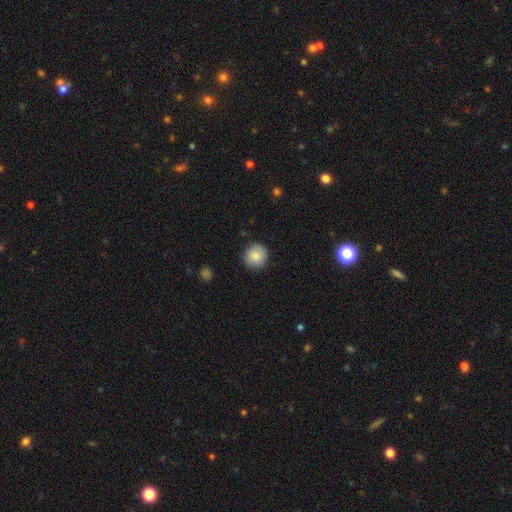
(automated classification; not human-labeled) smooth 85%, star or artifact 8%, featured or disk 7%. Down the decision tree: how rounded — round (92%); merging — none (87%).